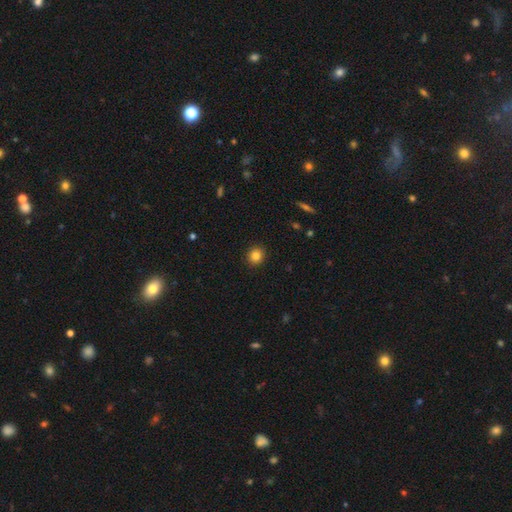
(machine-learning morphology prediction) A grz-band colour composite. It shows a smooth galaxy with no disk features (84%) that is round (86%). Merging: none (92%).